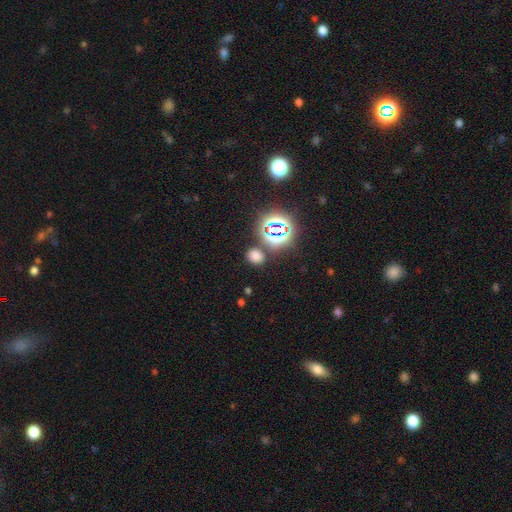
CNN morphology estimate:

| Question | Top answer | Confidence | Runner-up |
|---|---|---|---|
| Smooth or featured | smooth | 65% | star or artifact (30%) |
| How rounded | round | 58% | in between (41%) |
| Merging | none | 82% | minor disturbance (9%) |